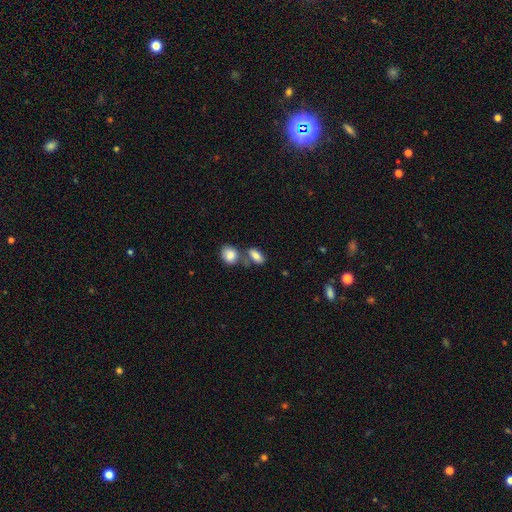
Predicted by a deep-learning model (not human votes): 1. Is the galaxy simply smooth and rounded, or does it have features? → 83% smooth, 9% featured or disk, 8% star or artifact.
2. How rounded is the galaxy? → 84% in between, 9% round, 7% cigar-shaped.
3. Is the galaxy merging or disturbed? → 49% none, 34% merger, 12% minor disturbance, 4% major disturbance.